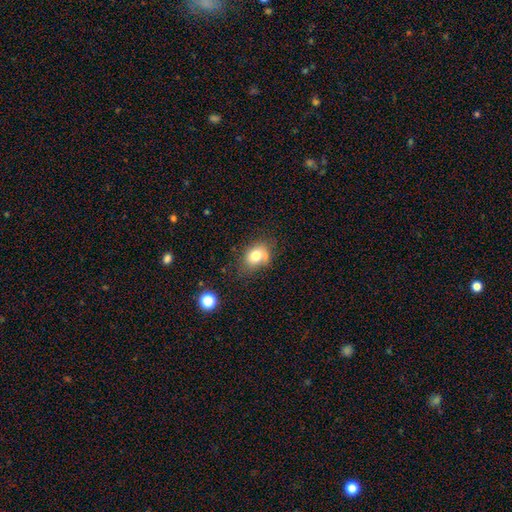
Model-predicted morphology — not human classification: Smooth or featured?
  - smooth: 75% *
  - featured or disk: 14%
  - star or artifact: 11%
How rounded?
  - in between: 57% *
  - round: 42%
  - cigar-shaped: 1%
Merging?
  - none: 54% *
  - minor disturbance: 26%
  - merger: 11%
  - major disturbance: 9%